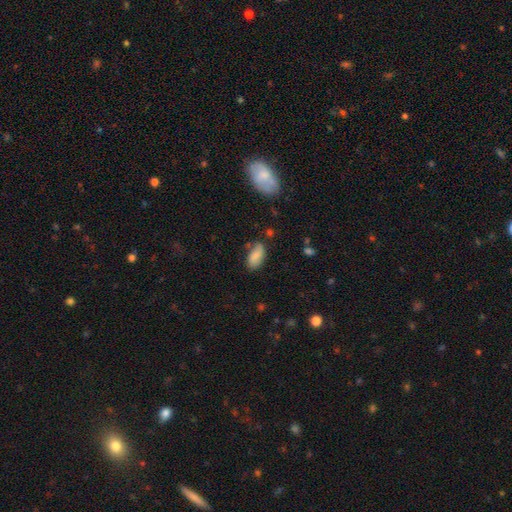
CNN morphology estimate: Smooth or featured? smooth (78%)
How rounded? in between (92%)
Merging? none (65%)